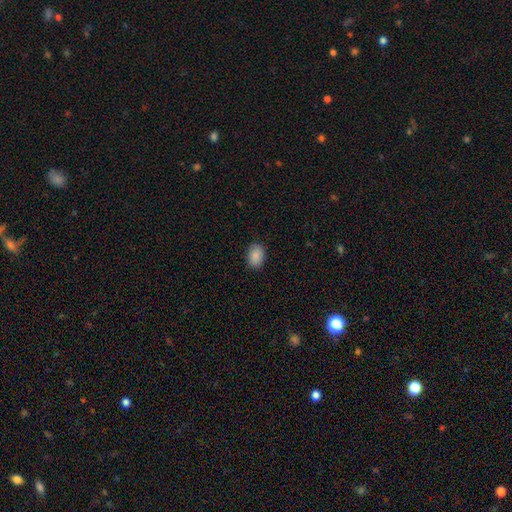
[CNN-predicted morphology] smooth_or_featured: smooth (p=0.89) [alt: star or artifact p=0.07]
how_rounded: in between (p=0.77) [alt: round p=0.22]
merging: none (p=0.87) [alt: minor disturbance p=0.10]